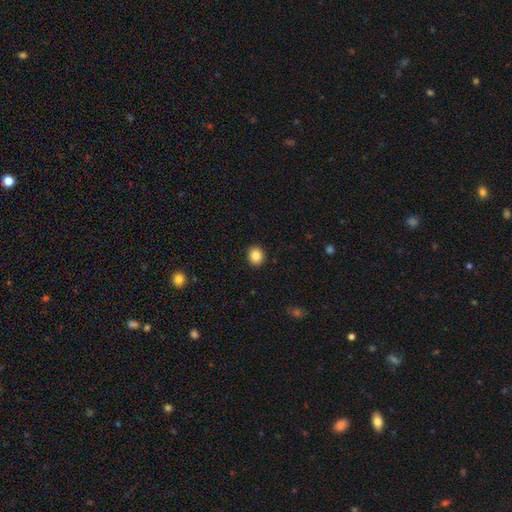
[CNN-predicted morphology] Smooth or featured: smooth — 85% (star or artifact — 10%)
How rounded: round — 80% (in between — 19%)
Merging: none — 92% (minor disturbance — 6%)